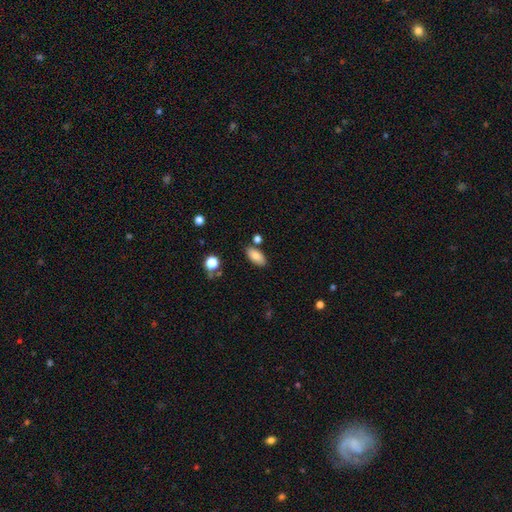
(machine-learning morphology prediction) type=smooth (82%); roundness=in between (90%); merging=none (79%).